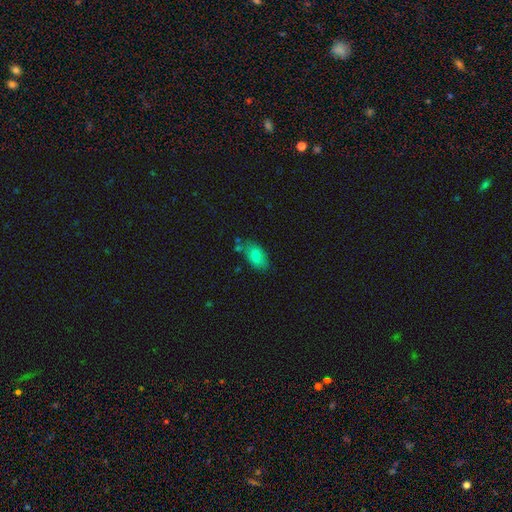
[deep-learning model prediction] smooth_or_featured: smooth (p=0.78) [alt: featured or disk p=0.14]
how_rounded: in between (p=0.91) [alt: round p=0.06]
merging: none (p=0.66) [alt: minor disturbance p=0.20]